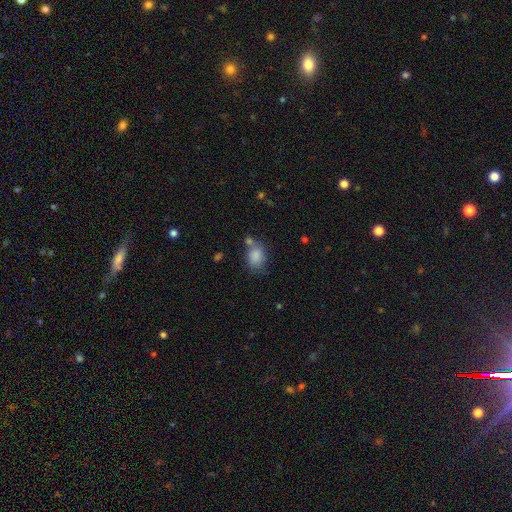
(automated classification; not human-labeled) Smooth or featured?
  - smooth: 84% *
  - star or artifact: 9%
  - featured or disk: 7%
How rounded?
  - in between: 68% *
  - round: 31%
  - cigar-shaped: 1%
Merging?
  - none: 53% *
  - minor disturbance: 20%
  - merger: 19%
  - major disturbance: 8%